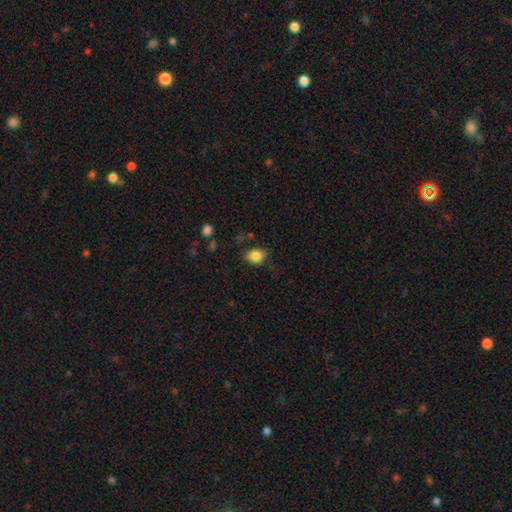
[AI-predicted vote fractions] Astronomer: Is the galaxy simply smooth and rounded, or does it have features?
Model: smooth — 85%.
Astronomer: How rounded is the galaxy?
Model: round — 51% (runner-up: in between, 48%).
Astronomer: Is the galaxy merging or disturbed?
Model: none — 75%.